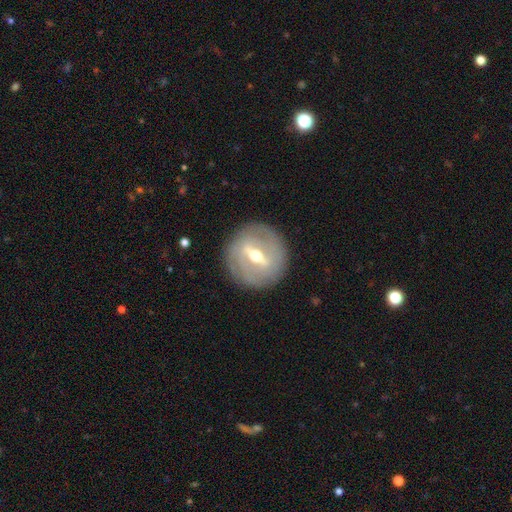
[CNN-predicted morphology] Smooth or featured? Predicted: featured or disk (p=0.79). Edge-on disk? Predicted: no (p=0.84). Bar? Predicted: strong (p=0.60). Spiral arms? Predicted: yes (p=0.57). Bulge size? Predicted: moderate (p=0.67). Merging? Predicted: none (p=0.86).